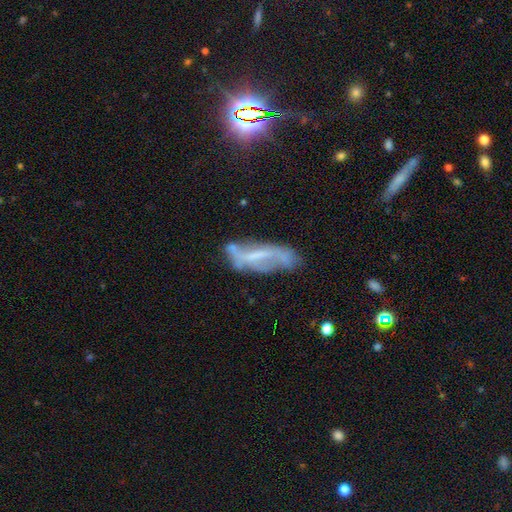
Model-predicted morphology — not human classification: Smooth or featured: featured or disk — 60% (smooth — 26%)
Edge-on disk: no — 81% (yes — 19%)
Merging: none — 46% (minor disturbance — 27%)